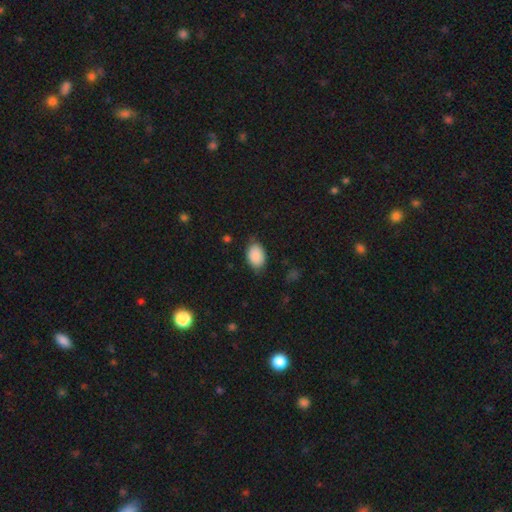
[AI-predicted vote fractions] Overall: smooth (89%). How rounded: in between (82%). Merging: none (74%).